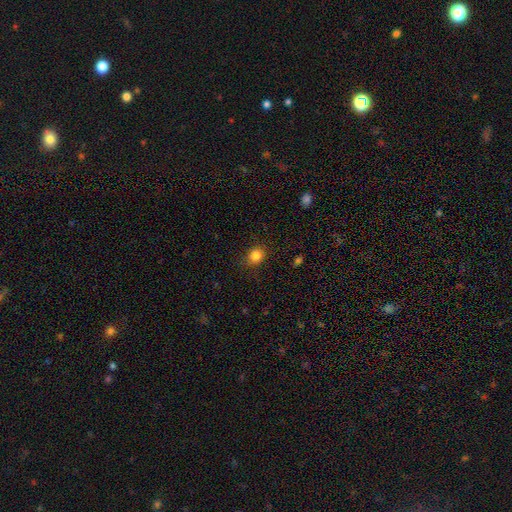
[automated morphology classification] This is clearly a smooth galaxy (84%). How rounded: likely round (71%). Merging: clearly none (83%).